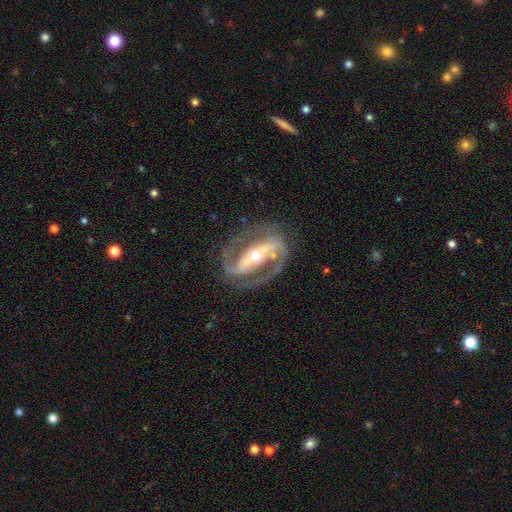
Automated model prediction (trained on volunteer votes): Smooth or featured?
  - featured or disk: 91% *
  - star or artifact: 5%
  - smooth: 4%
Edge-on disk?
  - no: 94% *
  - yes: 6%
Bar?
  - strong: 71% *
  - weak: 17%
  - no: 12%
Spiral arms?
  - yes: 96% *
  - no: 4%
Spiral winding?
  - medium: 52% *
  - tight: 32%
  - loose: 16%
Spiral arm count?
  - 2: 91% *
  - can't tell: 3%
  - 1: 2%
  - 3: 2%
  - 4: 1%
  - more than 4: 1%
Bulge size?
  - moderate: 51% *
  - small: 44%
  - large: 3%
  - dominant: 1%
  - none: 1%
Merging?
  - none: 78% *
  - minor disturbance: 13%
  - major disturbance: 8%
  - merger: 1%